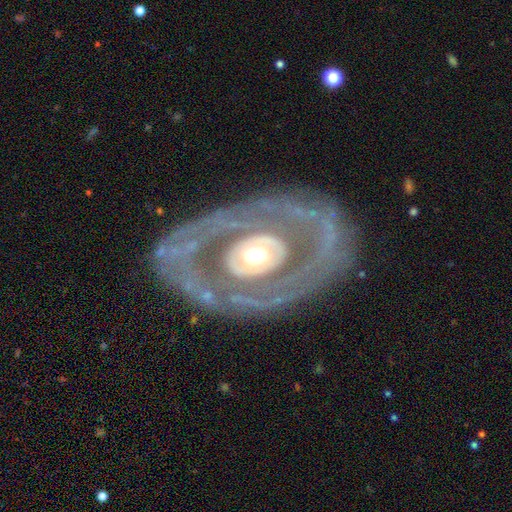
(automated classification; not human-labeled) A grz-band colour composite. It shows a featured or disk galaxy (81%) with no bar (82%), spiral arms (52%) and a moderate central bulge (59%). Merging: none (73%).